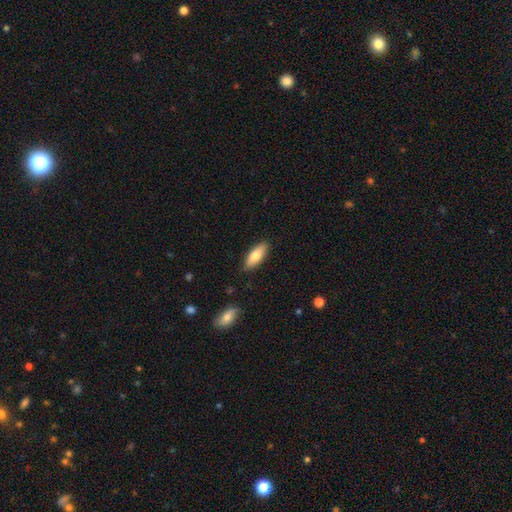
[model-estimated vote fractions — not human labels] Overall: smooth (78%). How rounded: in between (70%). Merging: none (85%).